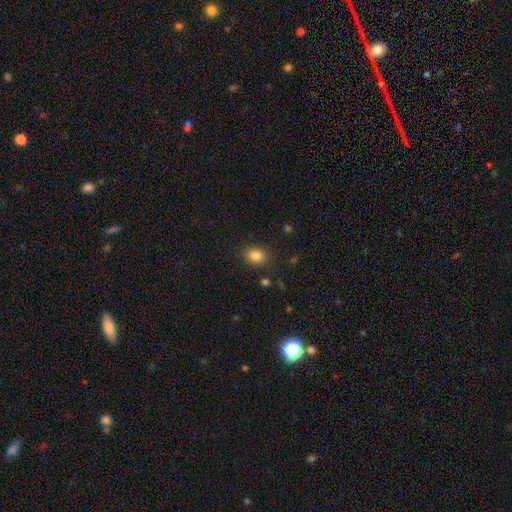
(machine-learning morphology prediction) smooth-or-featured: smooth: 83% | star or artifact: 11% | featured or disk: 6%
  how-rounded: in between: 59% | round: 40% | cigar-shaped: 1%
  merging: none: 86% | minor disturbance: 9% | major disturbance: 3% | merger: 2%